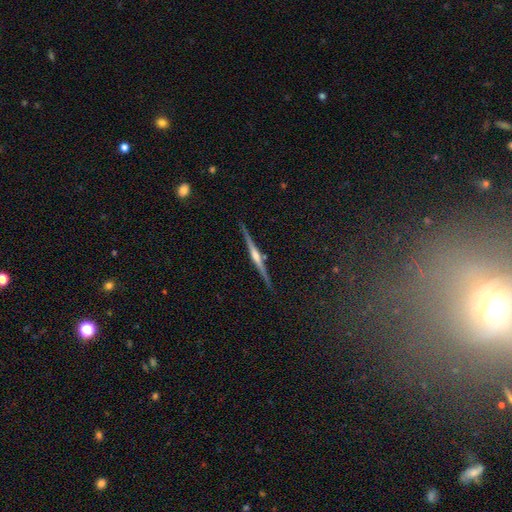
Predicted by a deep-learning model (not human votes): Overall: featured or disk (78%). Edge-on disk: yes (98%). Edge-on bulge: rounded (77%). Merging: none (90%).